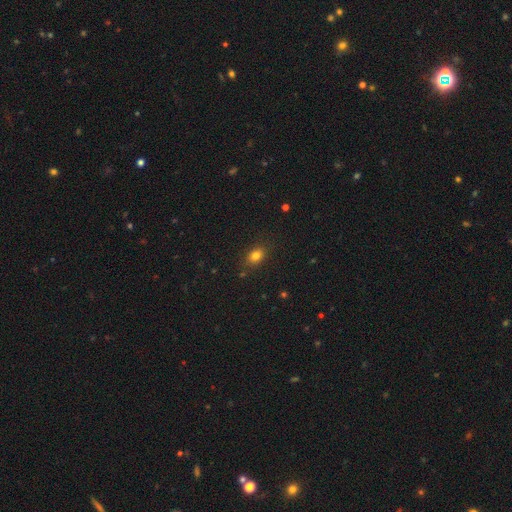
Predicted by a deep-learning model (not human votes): This is clearly a smooth galaxy (80%). How rounded: likely in between (70%). Merging: clearly none (83%).